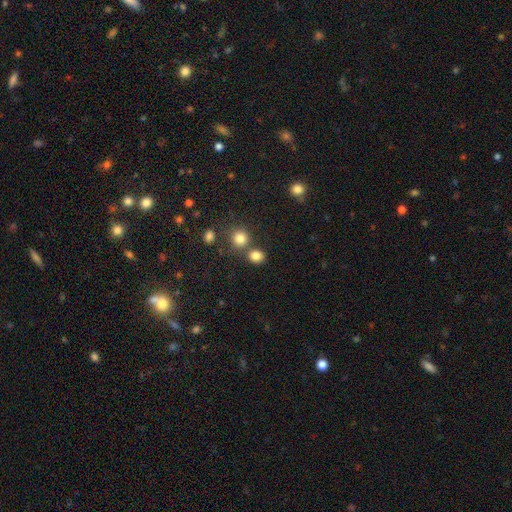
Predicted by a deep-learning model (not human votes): smooth-or-featured: smooth: 82% | star or artifact: 13% | featured or disk: 5%
  how-rounded: round: 69% | in between: 29% | cigar-shaped: 1%
  merging: none: 66% | merger: 21% | minor disturbance: 9% | major disturbance: 3%